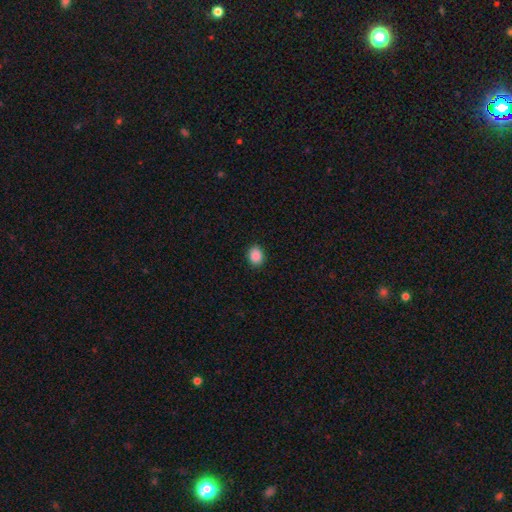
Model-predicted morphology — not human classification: The model was most divided on "how rounded": round: 52%, in between: 47%, cigar-shaped: 1%. More confident: merging — none (89%); smooth or featured — smooth (88%).